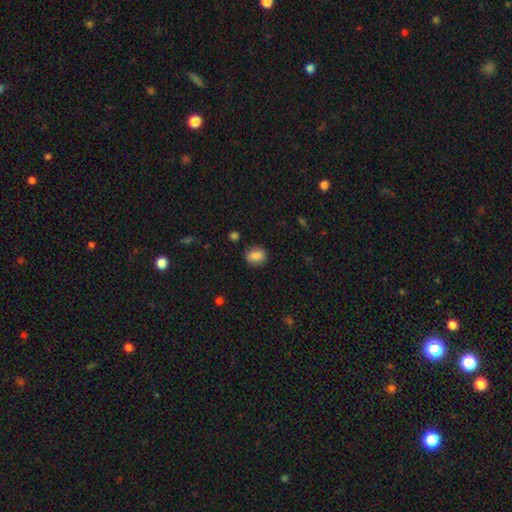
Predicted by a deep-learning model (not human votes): The model was most divided on "how rounded": round: 58%, in between: 41%, cigar-shaped: 1%. More confident: merging — none (85%); smooth or featured — smooth (85%).